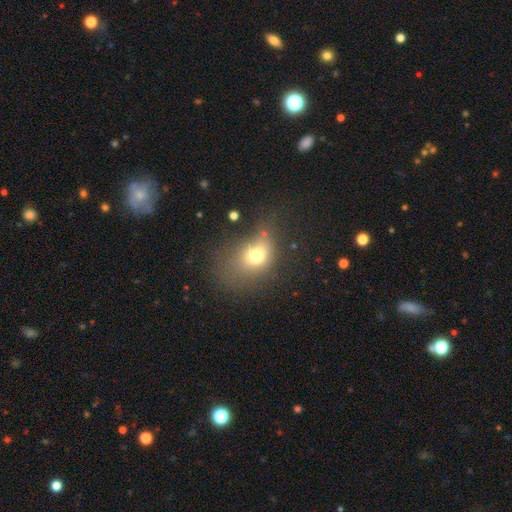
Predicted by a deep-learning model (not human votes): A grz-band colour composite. It shows a smooth galaxy with no disk features (69%) that is in between round and cigar-shaped (56%). Merging: none (49%).